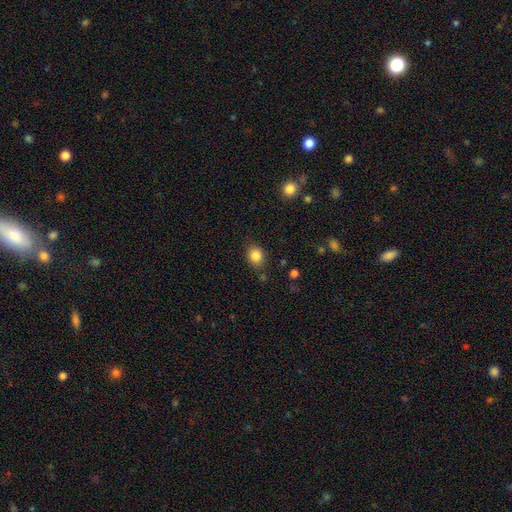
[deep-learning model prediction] Overall: smooth (85%). How rounded: round (62%; in between 37%). Merging: none (79%).